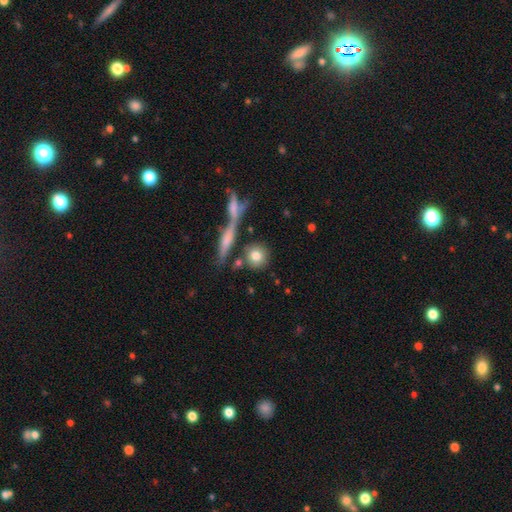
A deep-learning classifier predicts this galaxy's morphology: A smooth galaxy with no disk features (77%) that is round (82%).

Vote fractions:
- Smooth or featured? smooth: 77% / featured or disk: 14% / star or artifact: 9%
- How rounded? round: 82% / in between: 12% / cigar-shaped: 5%
- Merging? none: 74% / merger: 13% / minor disturbance: 9% / major disturbance: 4%